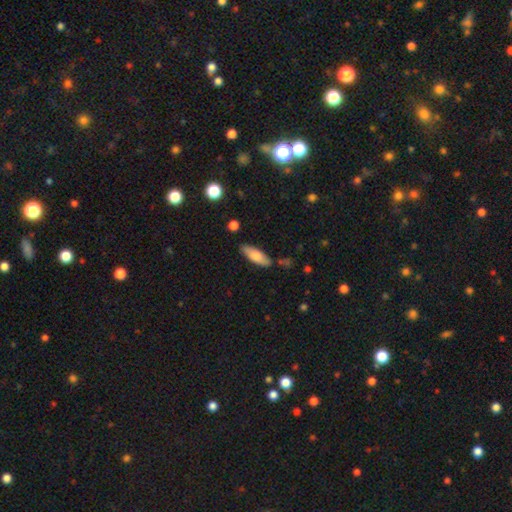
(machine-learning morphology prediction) Smooth or featured: smooth — 71% (featured or disk — 23%)
How rounded: in between — 66% (cigar-shaped — 31%)
Merging: none — 80% (minor disturbance — 14%)